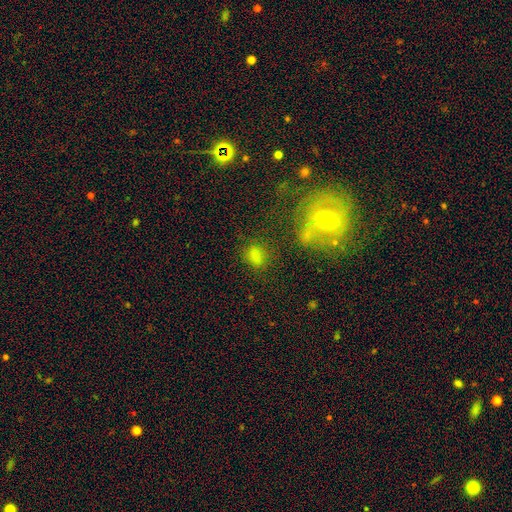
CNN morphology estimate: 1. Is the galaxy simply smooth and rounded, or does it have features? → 72% smooth, 19% star or artifact, 9% featured or disk.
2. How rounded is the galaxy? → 70% in between, 26% round, 4% cigar-shaped.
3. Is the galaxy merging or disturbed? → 70% none, 16% minor disturbance, 9% major disturbance, 6% merger.